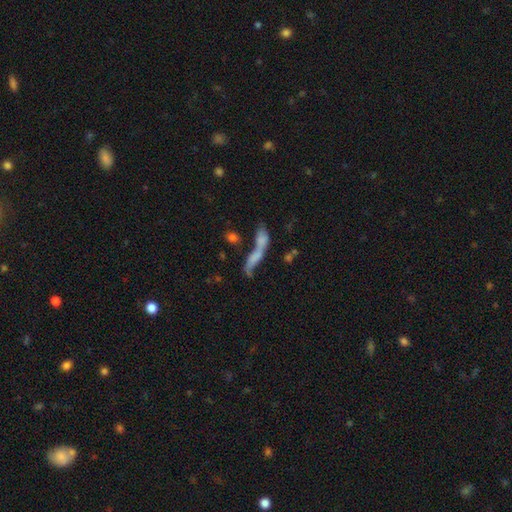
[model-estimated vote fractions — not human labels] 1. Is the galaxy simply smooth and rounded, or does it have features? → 47% smooth, 39% featured or disk, 13% star or artifact.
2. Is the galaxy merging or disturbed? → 57% merger, 23% none, 11% major disturbance, 9% minor disturbance.